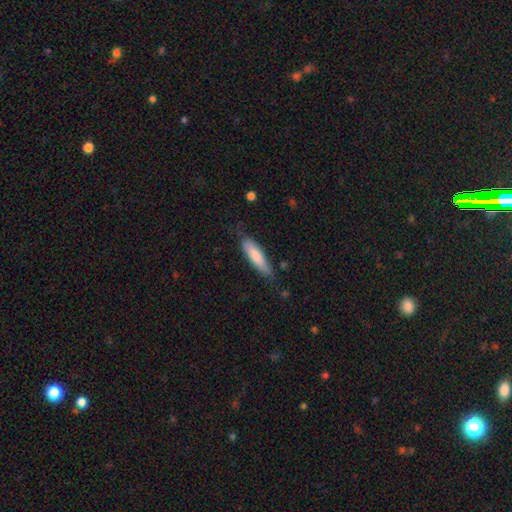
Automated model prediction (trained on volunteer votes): A smooth galaxy with no disk features (77%) that is cigar-shaped (62%).

Vote fractions:
- Smooth or featured? smooth: 77% / featured or disk: 17% / star or artifact: 5%
- How rounded? cigar-shaped: 62% / in between: 36% / round: 1%
- Merging? none: 74% / minor disturbance: 21% / major disturbance: 4% / merger: 2%